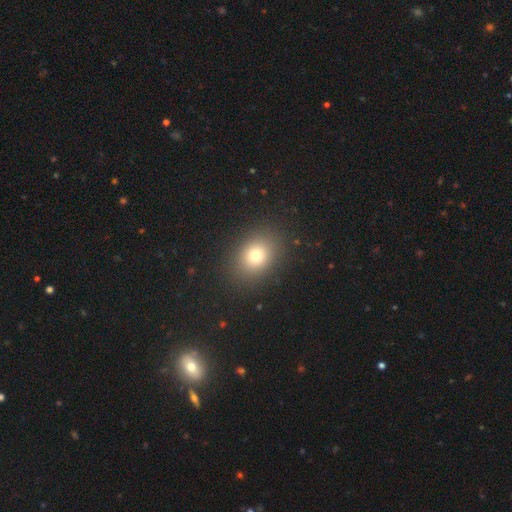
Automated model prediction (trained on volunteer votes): Q: Smooth or featured?
A: smooth (75%); runner-up: star or artifact (14%)
Q: How rounded?
A: in between (55%); runner-up: round (44%)
Q: Merging?
A: none (88%); runner-up: minor disturbance (7%)